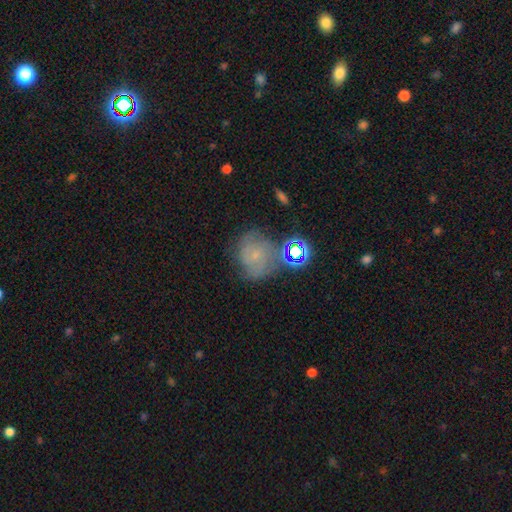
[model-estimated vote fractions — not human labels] A featured or disk galaxy (40%).

Vote fractions:
- Smooth or featured? featured or disk: 40% / smooth: 36% / star or artifact: 24%
- Merging? none: 52% / minor disturbance: 22% / major disturbance: 14% / merger: 11%